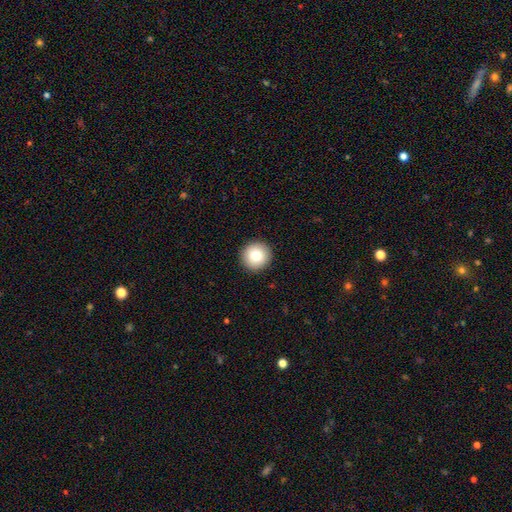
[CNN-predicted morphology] Smooth or featured?
  - smooth: 81% *
  - featured or disk: 10%
  - star or artifact: 9%
How rounded?
  - round: 95% *
  - in between: 4%
  - cigar-shaped: 1%
Merging?
  - none: 93% *
  - minor disturbance: 5%
  - major disturbance: 2%
  - merger: 1%